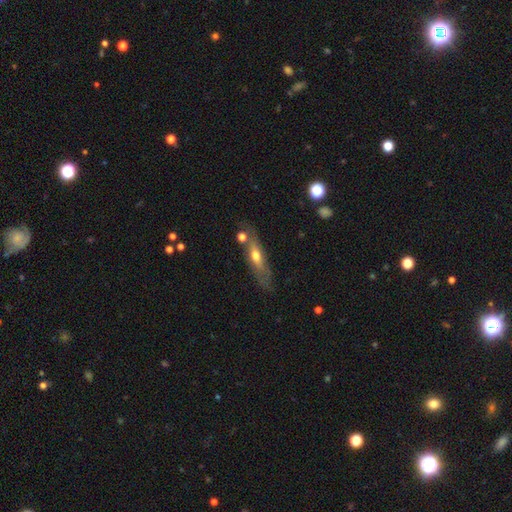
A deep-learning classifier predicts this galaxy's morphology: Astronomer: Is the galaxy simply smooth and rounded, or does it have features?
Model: featured or disk — 51% (runner-up: smooth, 42%).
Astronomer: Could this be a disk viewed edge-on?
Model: yes — 58% (runner-up: no, 42%).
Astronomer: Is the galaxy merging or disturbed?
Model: none — 62%.